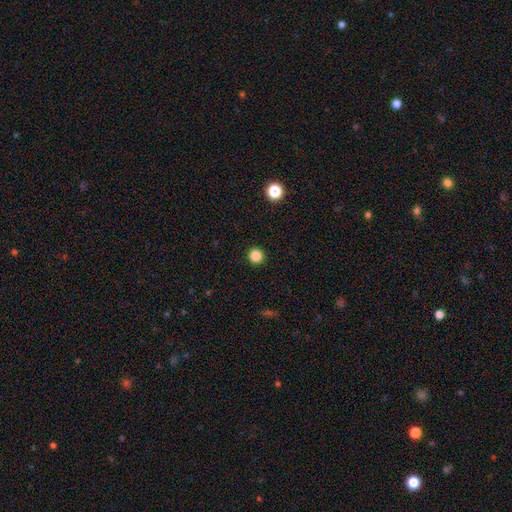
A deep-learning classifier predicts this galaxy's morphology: This appears to be a smooth galaxy with no disk features (85%) that is round (95%). Merging: none (93%).